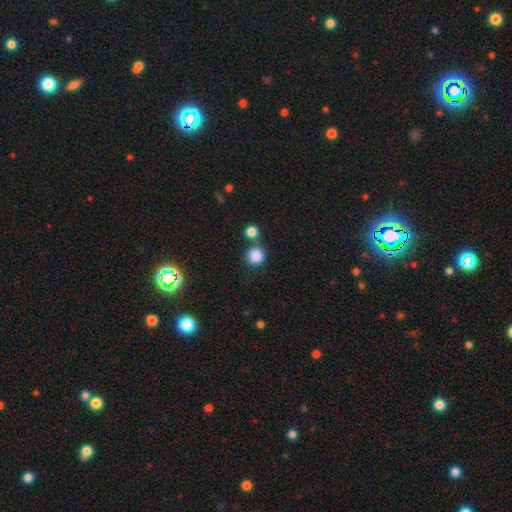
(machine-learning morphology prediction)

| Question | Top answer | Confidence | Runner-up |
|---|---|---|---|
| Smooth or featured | smooth | 85% | star or artifact (11%) |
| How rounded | round | 93% | in between (6%) |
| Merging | none | 69% | merger (18%) |